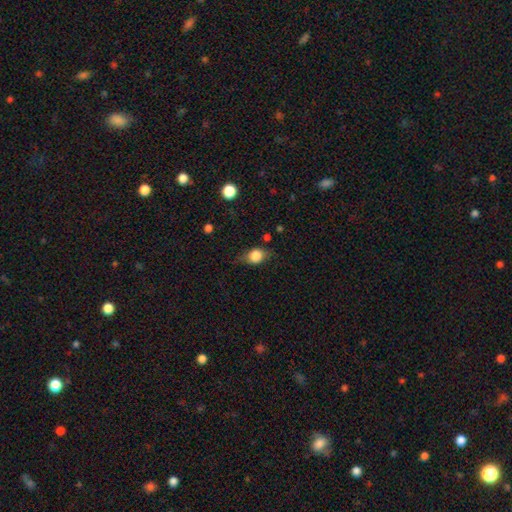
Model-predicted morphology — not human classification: Smooth or featured?
  - smooth: 71% *
  - featured or disk: 20%
  - star or artifact: 9%
How rounded?
  - in between: 53% *
  - round: 43%
  - cigar-shaped: 3%
Merging?
  - none: 64% *
  - minor disturbance: 25%
  - major disturbance: 10%
  - merger: 2%